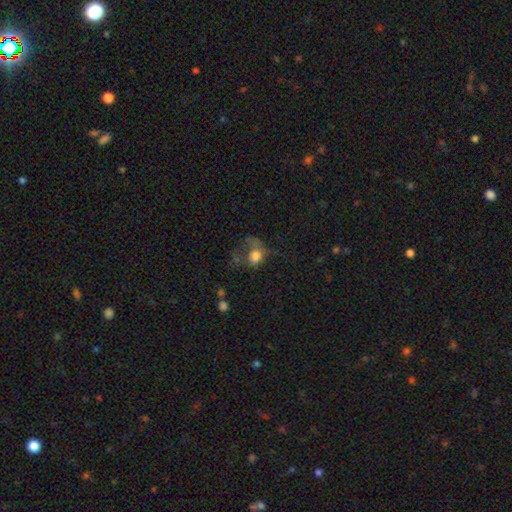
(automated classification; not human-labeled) Smooth or featured? smooth (63%)
How rounded? in between (49%, tied with round)
Merging? major disturbance (54%)